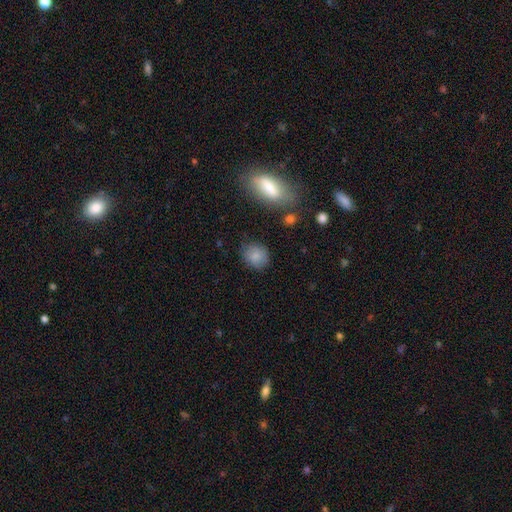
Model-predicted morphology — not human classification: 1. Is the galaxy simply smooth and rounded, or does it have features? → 83% smooth, 9% star or artifact, 8% featured or disk.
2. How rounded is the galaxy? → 71% round, 28% in between, 1% cigar-shaped.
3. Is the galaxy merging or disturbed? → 81% none, 13% minor disturbance, 3% major disturbance, 2% merger.